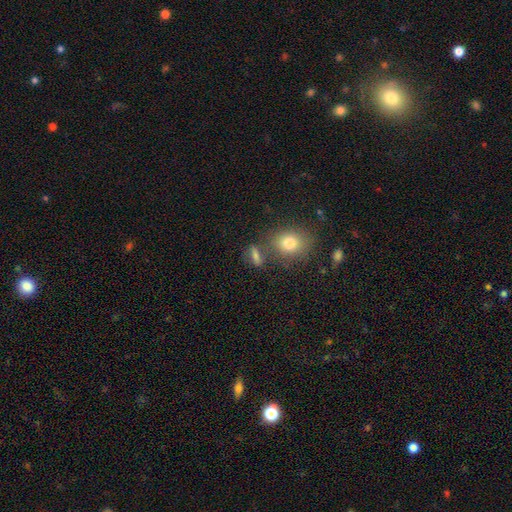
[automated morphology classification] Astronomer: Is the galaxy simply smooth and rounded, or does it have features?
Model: smooth — 69%.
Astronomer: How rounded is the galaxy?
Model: in between — 53%.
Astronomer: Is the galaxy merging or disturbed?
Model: none — 66%.